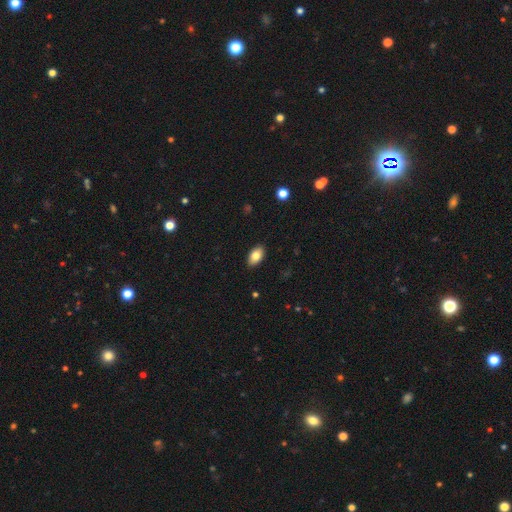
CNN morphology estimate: This appears to be a smooth galaxy with no disk features (83%) that is in between round and cigar-shaped (93%). Merging: none (89%).